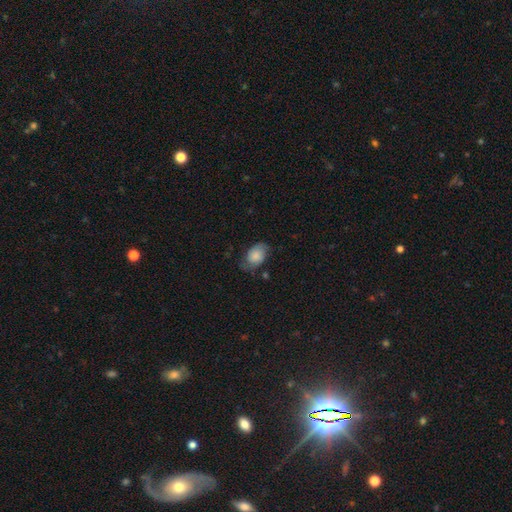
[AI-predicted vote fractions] Smooth or featured? smooth (65%)
How rounded? in between (83%)
Merging? none (58%)